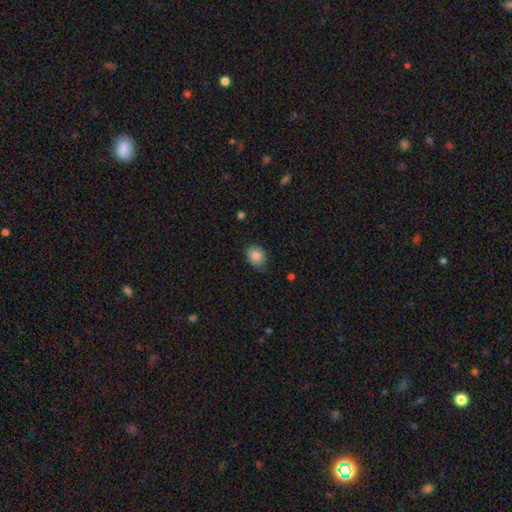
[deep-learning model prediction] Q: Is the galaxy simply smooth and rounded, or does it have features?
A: smooth — 83%.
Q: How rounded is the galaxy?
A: round — 51%.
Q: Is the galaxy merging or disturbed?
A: none — 78%.